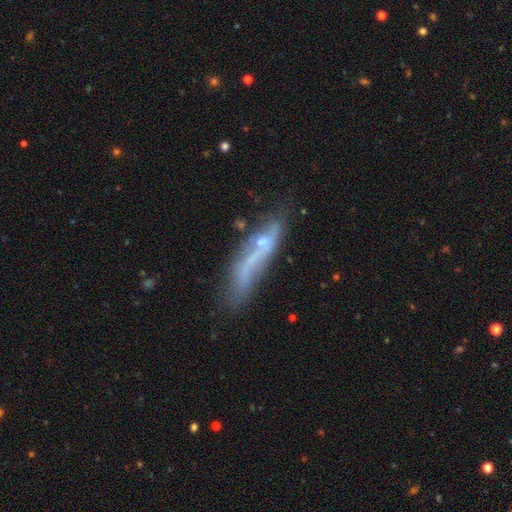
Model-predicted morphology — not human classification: This appears to be a featured or disk galaxy (52%). Merging: none (44%).